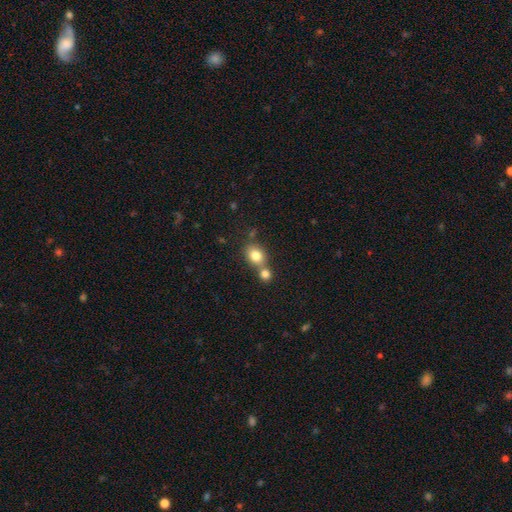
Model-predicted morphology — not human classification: Smooth or featured?
  - smooth: 80% *
  - star or artifact: 10%
  - featured or disk: 10%
How rounded?
  - round: 54% *
  - in between: 45%
  - cigar-shaped: 1%
Merging?
  - none: 45% *
  - merger: 44%
  - minor disturbance: 8%
  - major disturbance: 3%